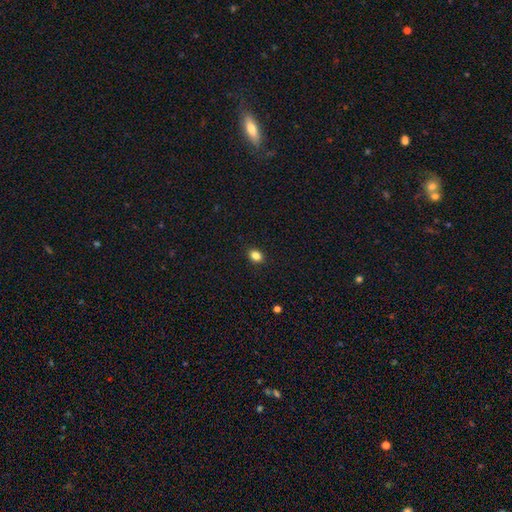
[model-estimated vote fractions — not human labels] Smooth or featured? Predicted: smooth (p=0.85). How rounded? Predicted: in between (p=0.63). Merging? Predicted: none (p=0.91).